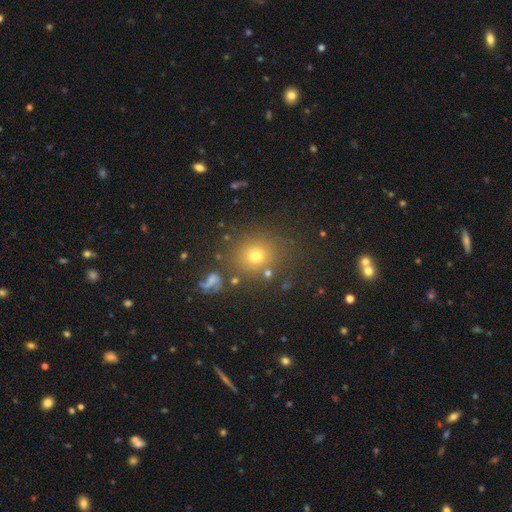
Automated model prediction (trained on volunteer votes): Overall: smooth (65%). How rounded: round (79%). Merging: none (79%).